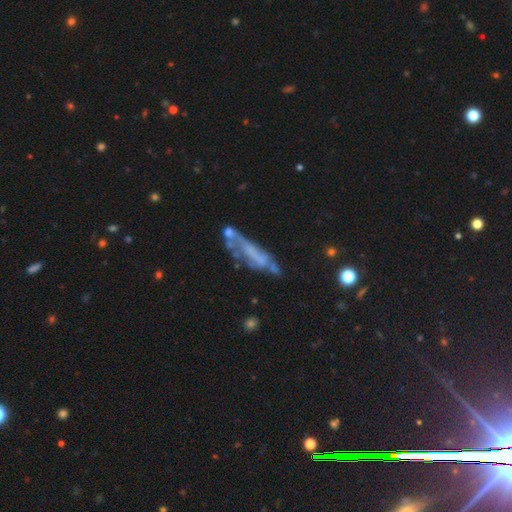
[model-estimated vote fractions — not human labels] Q: Smooth or featured?
A: featured or disk (58%); runner-up: smooth (29%)
Q: Edge-on disk?
A: no (69%); runner-up: yes (31%)
Q: Merging?
A: none (33%); runner-up: major disturbance (24%)